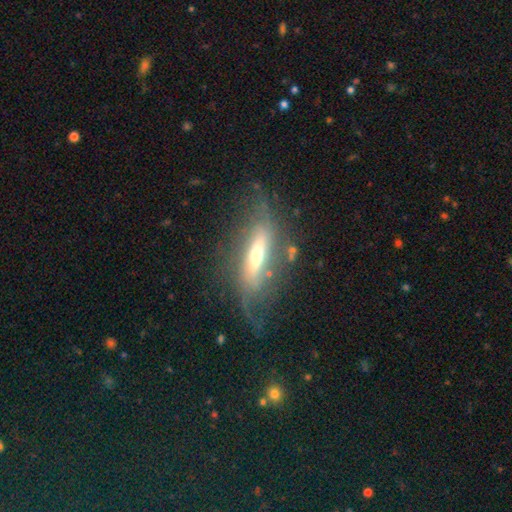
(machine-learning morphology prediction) This appears to be a featured or disk galaxy (69%). Merging: none (53%).